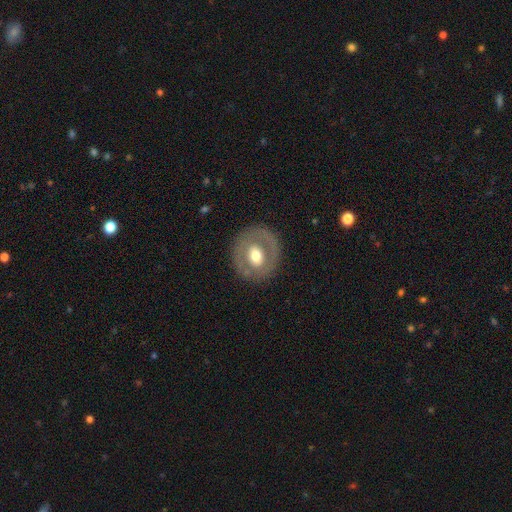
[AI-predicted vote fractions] A featured or disk galaxy (51%).

Vote fractions:
- Smooth or featured? featured or disk: 51% / smooth: 43% / star or artifact: 6%
- Edge-on disk? no: 94% / yes: 6%
- Merging? none: 81% / minor disturbance: 12% / major disturbance: 6% / merger: 1%